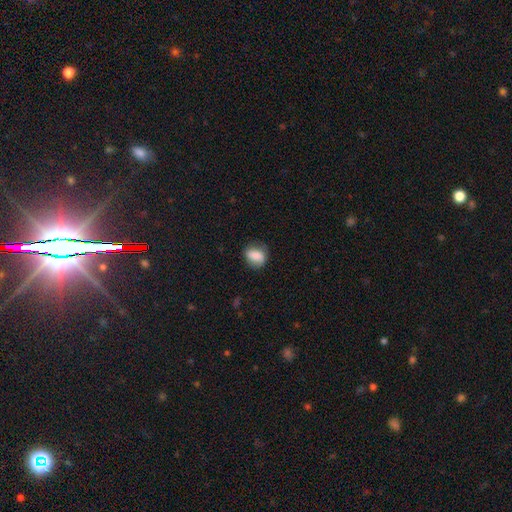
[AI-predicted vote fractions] Smooth or featured? smooth (81%)
How rounded? in between (62%)
Merging? none (68%)